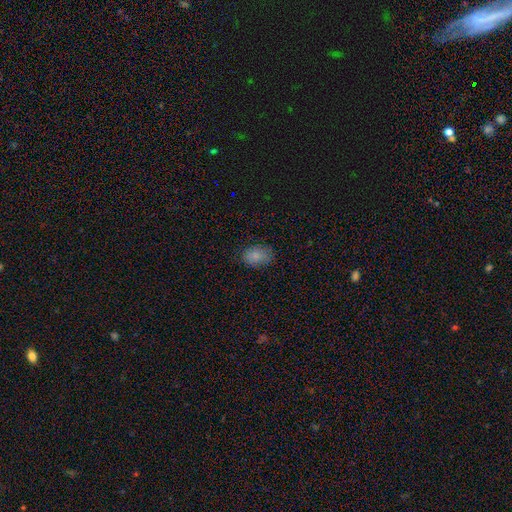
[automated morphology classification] This appears to be a smooth galaxy with no disk features (83%) that is in between round and cigar-shaped (79%). Merging: none (80%).